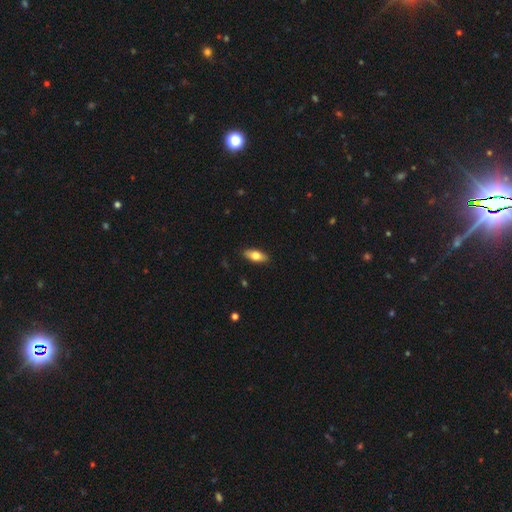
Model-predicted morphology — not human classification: The model was most divided on "smooth or featured": smooth: 74%, featured or disk: 20%, star or artifact: 6%. More confident: merging — none (89%); how rounded — in between (82%).